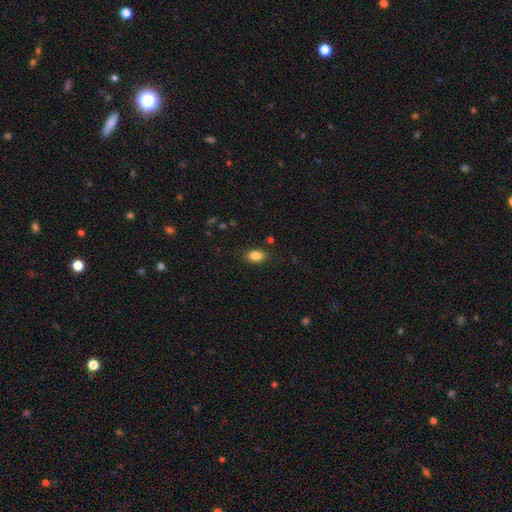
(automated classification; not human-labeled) smooth-or-featured: smooth: 85% | star or artifact: 9% | featured or disk: 7%
  how-rounded: in between: 86% | round: 11% | cigar-shaped: 3%
  merging: none: 85% | minor disturbance: 11% | major disturbance: 3% | merger: 2%